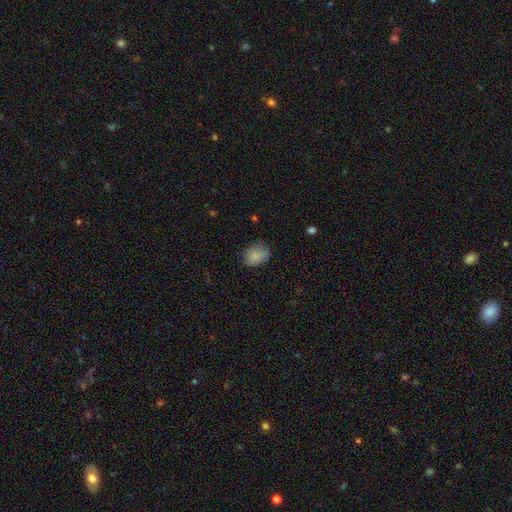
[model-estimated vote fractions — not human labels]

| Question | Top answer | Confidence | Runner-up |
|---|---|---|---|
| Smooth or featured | smooth | 83% | star or artifact (8%) |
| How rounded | in between | 67% | round (32%) |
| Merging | none | 69% | minor disturbance (24%) |